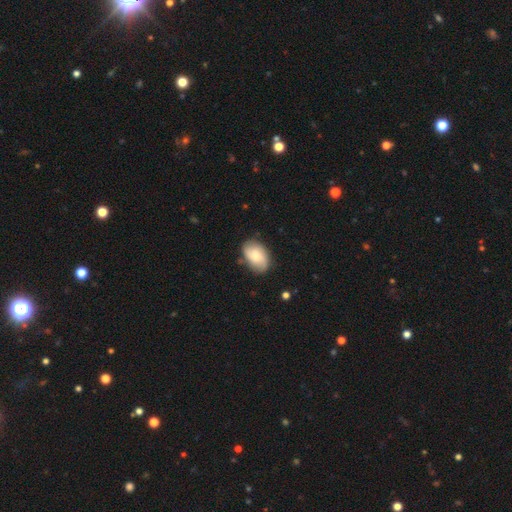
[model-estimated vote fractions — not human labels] smooth-or-featured: smooth: 69% | featured or disk: 25% | star or artifact: 7%
  how-rounded: in between: 87% | round: 12% | cigar-shaped: 1%
  merging: none: 71% | minor disturbance: 22% | major disturbance: 5% | merger: 2%